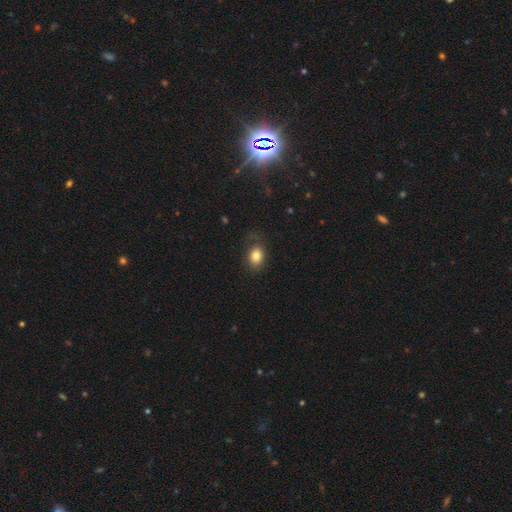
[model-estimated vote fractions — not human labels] A smooth galaxy with no disk features (82%) that is in between round and cigar-shaped (59%).

Vote fractions:
- Smooth or featured? smooth: 82% / star or artifact: 10% / featured or disk: 8%
- How rounded? in between: 59% / round: 40% / cigar-shaped: 1%
- Merging? none: 72% / minor disturbance: 19% / major disturbance: 8% / merger: 1%